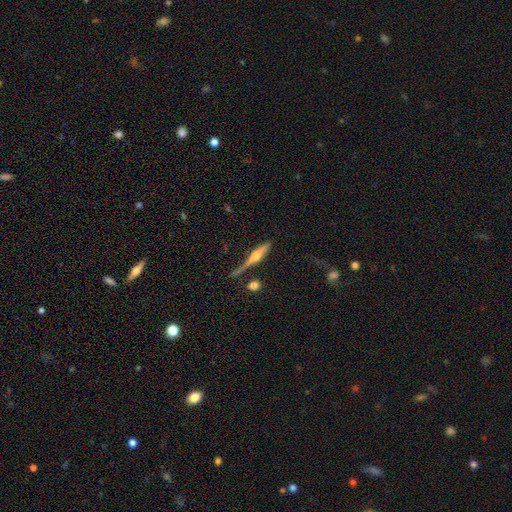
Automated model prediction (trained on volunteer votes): Overall: featured or disk (62%; smooth 31%). Edge-on disk: yes (95%). Edge-on bulge: rounded (83%). Merging: none (63%).